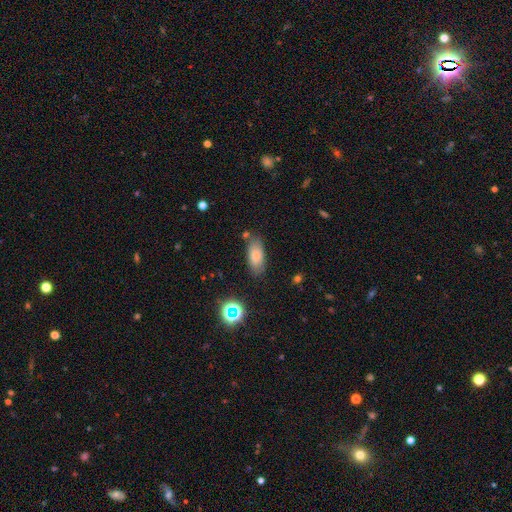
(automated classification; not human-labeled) Smooth or featured?
  - smooth: 81% *
  - star or artifact: 10%
  - featured or disk: 9%
How rounded?
  - in between: 84% *
  - cigar-shaped: 12%
  - round: 3%
Merging?
  - none: 73% *
  - minor disturbance: 17%
  - merger: 5%
  - major disturbance: 4%